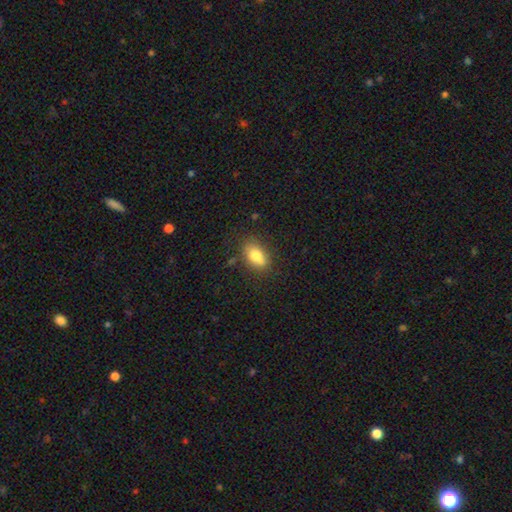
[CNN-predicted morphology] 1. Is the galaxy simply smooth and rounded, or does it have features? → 76% smooth, 15% featured or disk, 9% star or artifact.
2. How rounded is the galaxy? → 78% in between, 20% round, 2% cigar-shaped.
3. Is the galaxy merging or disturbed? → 64% none, 19% minor disturbance, 12% merger, 5% major disturbance.